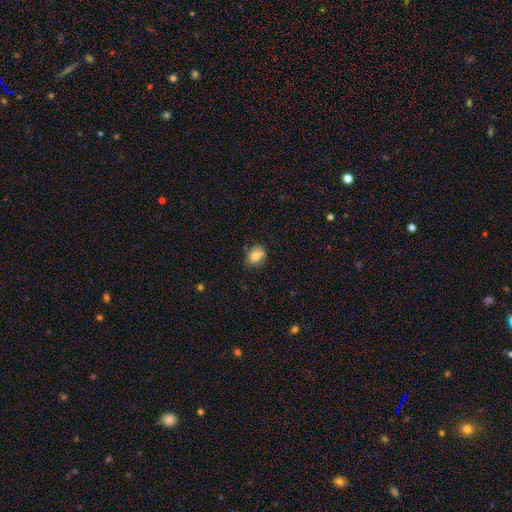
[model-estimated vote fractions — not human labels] Morphology: type=smooth (81%); roundness=round (60%); merging=none (76%).